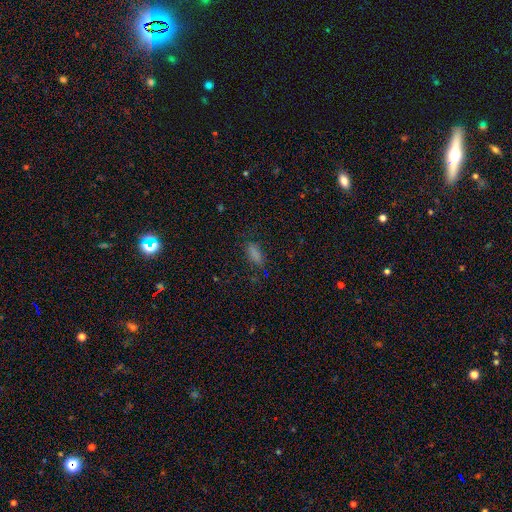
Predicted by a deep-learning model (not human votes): A smooth galaxy with no disk features (69%) that is in between round and cigar-shaped (63%).

Vote fractions:
- Smooth or featured? smooth: 69% / star or artifact: 21% / featured or disk: 10%
- How rounded? in between: 63% / cigar-shaped: 32% / round: 5%
- Merging? none: 75% / minor disturbance: 16% / major disturbance: 7% / merger: 2%